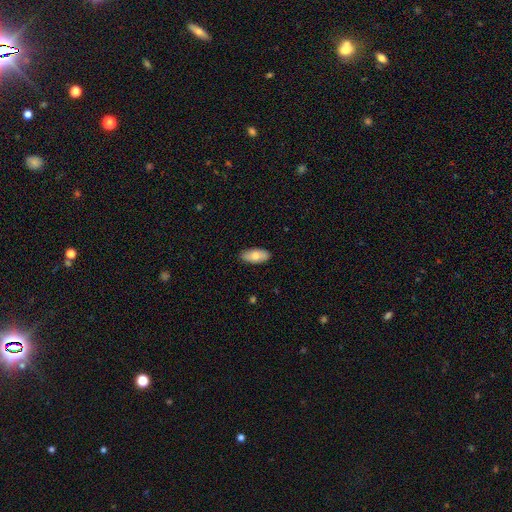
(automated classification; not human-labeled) Q: Smooth or featured?
A: smooth (77%); runner-up: featured or disk (17%)
Q: How rounded?
A: in between (91%); runner-up: cigar-shaped (7%)
Q: Merging?
A: none (87%); runner-up: minor disturbance (10%)